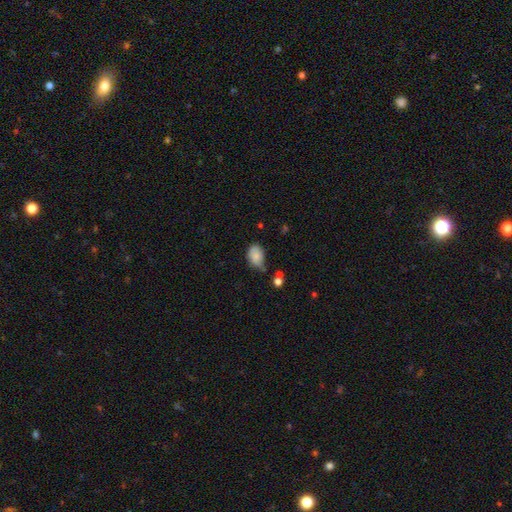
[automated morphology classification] This appears to be a smooth galaxy with no disk features (79%) that is in between round and cigar-shaped (83%). Merging: none (43%).